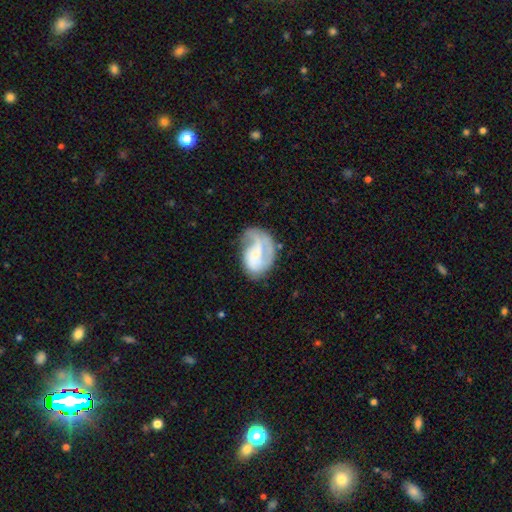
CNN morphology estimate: featured or disk 64%, smooth 30%, star or artifact 6%. Down the decision tree: edge-on disk — no (98%); bar — no (60%); spiral arms — yes (82%); spiral arm count — 1 (53%); spiral winding — medium (38%); bulge size — small (44%); merging — none (43%).